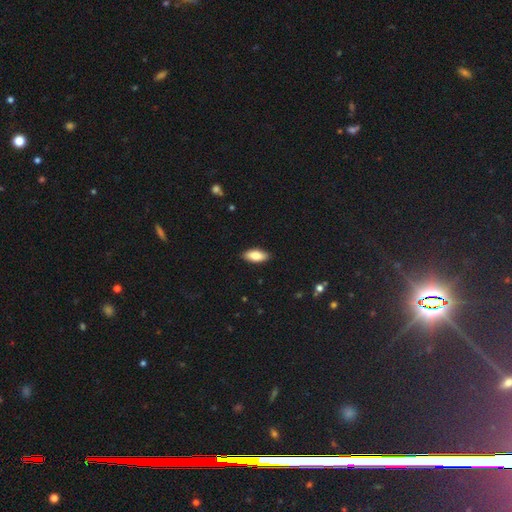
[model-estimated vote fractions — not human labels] smooth_or_featured: smooth (p=0.83) [alt: featured or disk p=0.11]
how_rounded: in between (p=0.86) [alt: cigar-shaped p=0.12]
merging: none (p=0.89) [alt: minor disturbance p=0.09]